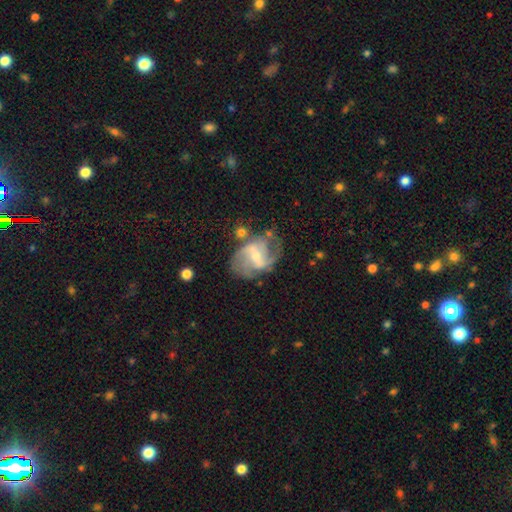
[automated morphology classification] featured or disk 82%, smooth 12%, star or artifact 6%. Down the decision tree: edge-on disk — no (97%); bar — weak (47%); spiral arms — yes (91%); spiral arm count — 2 (54%); spiral winding — medium (45%); bulge size — small (62%); merging — none (58%).